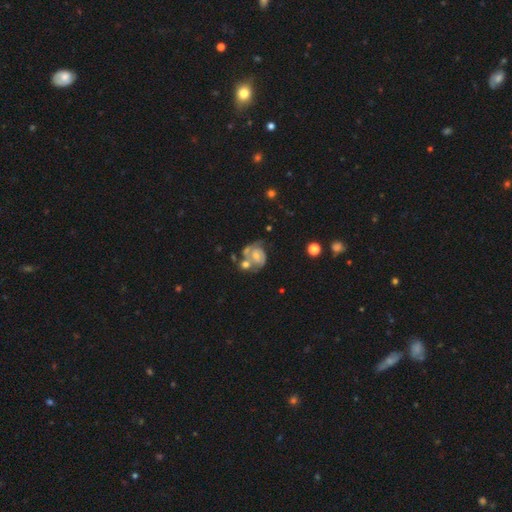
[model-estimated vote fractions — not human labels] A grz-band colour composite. It shows a featured or disk galaxy (71%) with no bar (65%), 2 (56%) tight (46%) spiral arms (82%) and a small central bulge (47%). Merging: merger (34%).